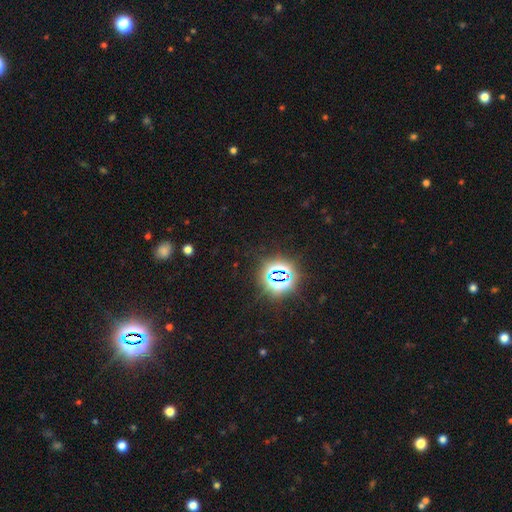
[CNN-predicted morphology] Smooth or featured? Predicted: star or artifact (p=0.79).